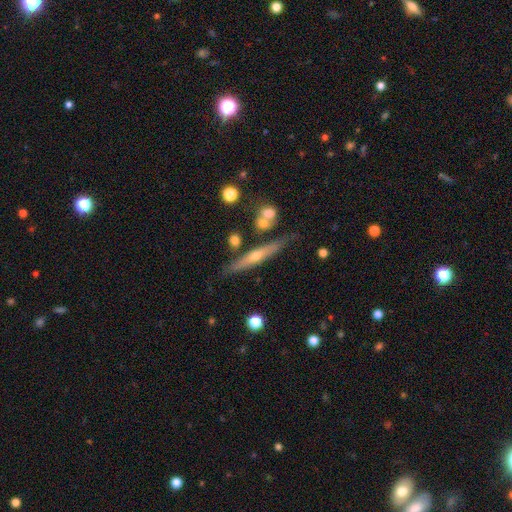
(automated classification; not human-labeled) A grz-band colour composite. It shows a featured or disk galaxy (65%) viewed edge-on (94%) with a rounded central bulge (75%). Merging: none (78%).